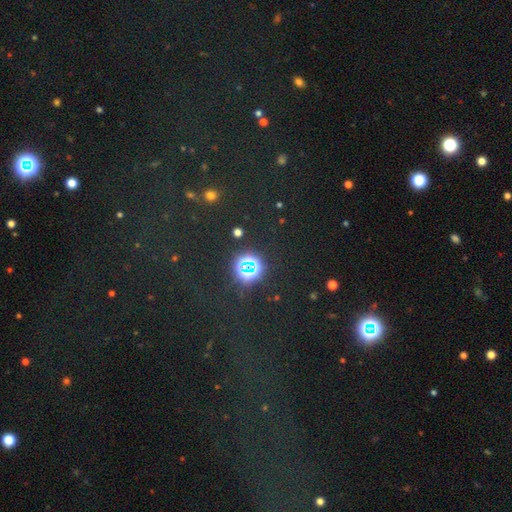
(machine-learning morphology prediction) star or artifact 63%, smooth 29%, featured or disk 8%.